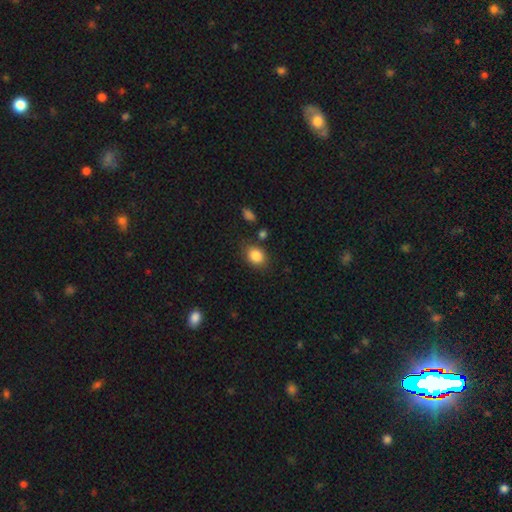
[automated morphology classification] smooth-or-featured: smooth: 85% | star or artifact: 9% | featured or disk: 6%
  how-rounded: in between: 60% | round: 39% | cigar-shaped: 1%
  merging: none: 78% | minor disturbance: 13% | merger: 5% | major disturbance: 4%